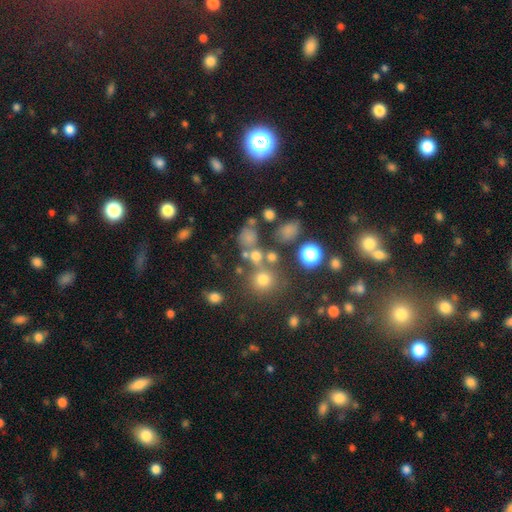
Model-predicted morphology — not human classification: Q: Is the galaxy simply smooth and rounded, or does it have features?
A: smooth — 64%.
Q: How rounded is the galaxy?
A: round — 78%.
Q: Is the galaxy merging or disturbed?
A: none — 54%.